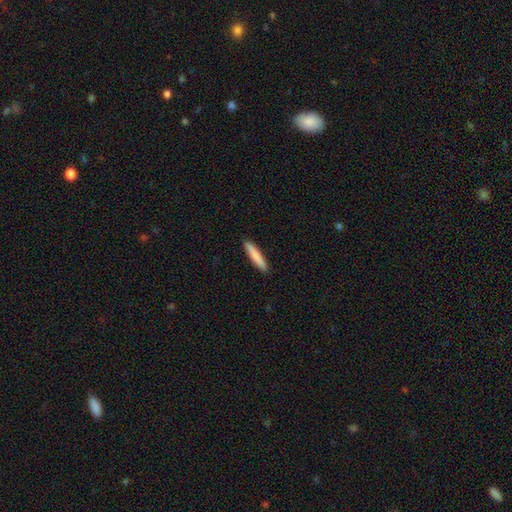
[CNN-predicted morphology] Smooth or featured: smooth — 82% (featured or disk — 12%)
How rounded: cigar-shaped — 91% (in between — 8%)
Merging: none — 92% (minor disturbance — 6%)